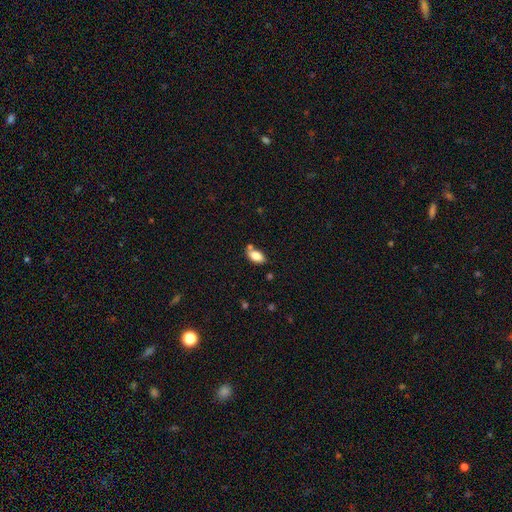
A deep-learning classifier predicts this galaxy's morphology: Smooth or featured? smooth (83%)
How rounded? in between (91%)
Merging? none (63%)